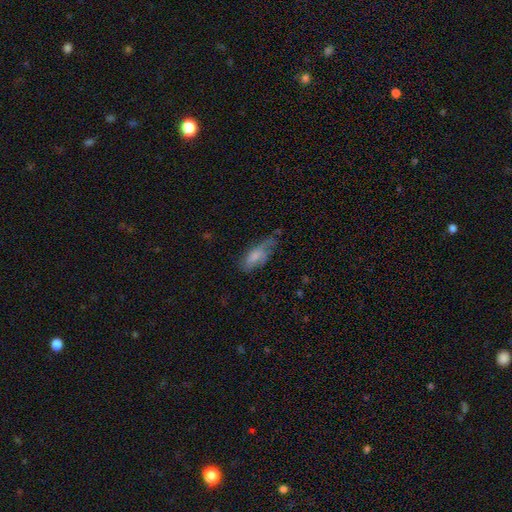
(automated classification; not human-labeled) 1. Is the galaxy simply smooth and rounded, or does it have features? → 63% smooth, 29% featured or disk, 8% star or artifact.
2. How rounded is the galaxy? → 79% in between, 18% cigar-shaped, 3% round.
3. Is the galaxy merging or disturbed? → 37% minor disturbance, 36% none, 24% major disturbance, 3% merger.